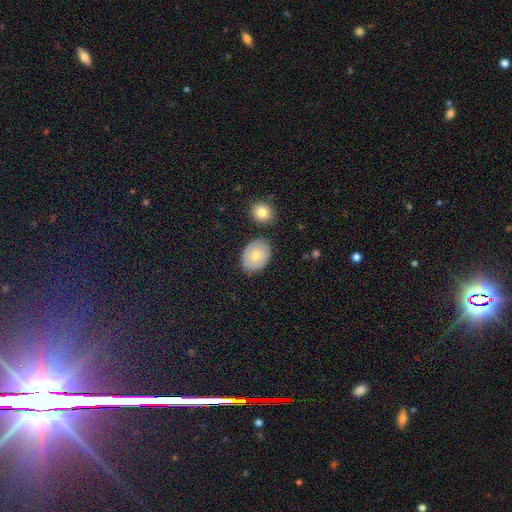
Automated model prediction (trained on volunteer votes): Overall: smooth (74%). How rounded: in between (73%). Merging: none (78%).